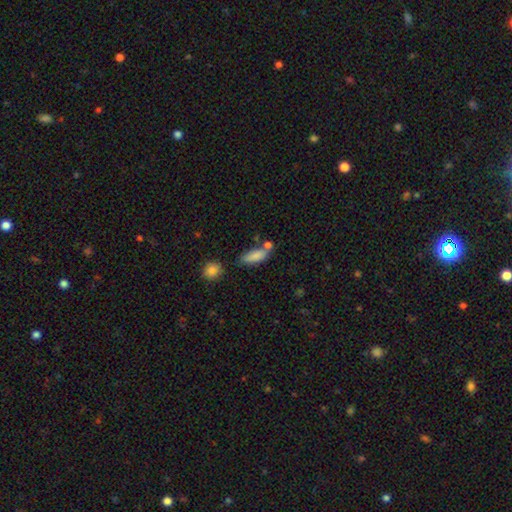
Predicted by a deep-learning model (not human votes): Smooth or featured? Predicted: smooth (p=0.83). How rounded? Predicted: in between (p=0.68). Merging? Predicted: none (p=0.56).